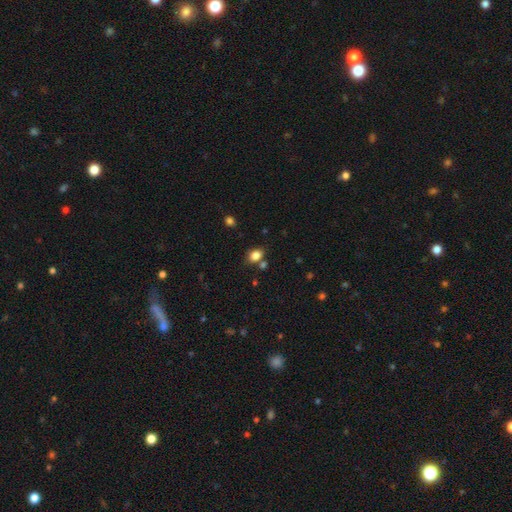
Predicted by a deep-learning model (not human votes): This is clearly a smooth galaxy (83%). How rounded: likely in between (71%). Merging: likely none (69%).